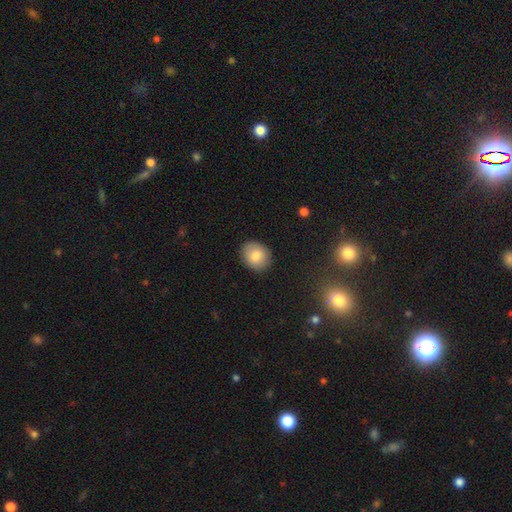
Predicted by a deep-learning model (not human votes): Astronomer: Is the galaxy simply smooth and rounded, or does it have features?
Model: smooth — 82%.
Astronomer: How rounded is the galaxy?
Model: round — 63%.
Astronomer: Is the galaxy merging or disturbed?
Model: none — 88%.